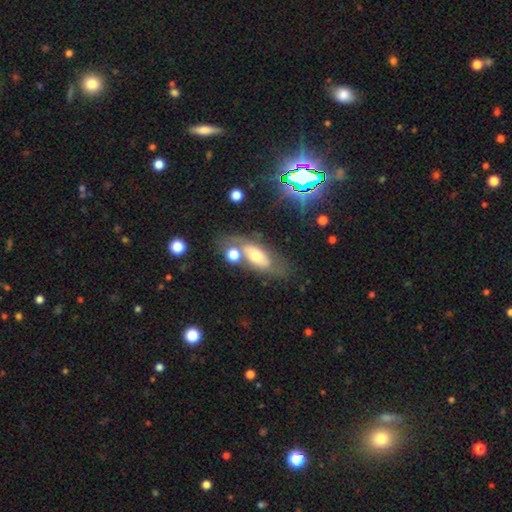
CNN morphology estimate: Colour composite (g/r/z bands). It shows a smooth galaxy with no disk features (48%). Merging: none (54%).